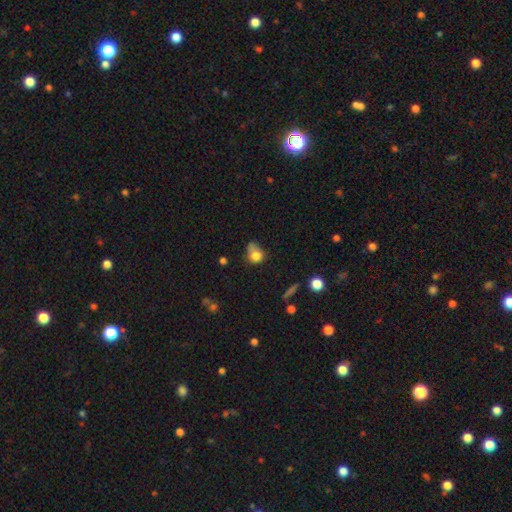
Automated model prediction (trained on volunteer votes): Smooth or featured: smooth — 76% (featured or disk — 13%)
How rounded: round — 54% (in between — 44%)
Merging: minor disturbance — 33% (none — 31%)